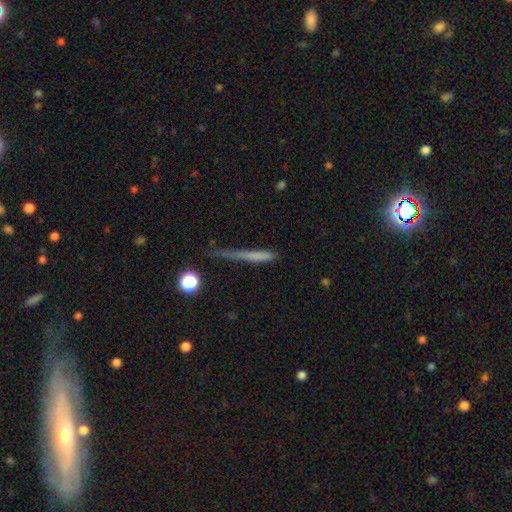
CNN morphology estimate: smooth_or_featured: smooth (p=0.61) [alt: featured or disk p=0.28]
how_rounded: cigar-shaped (p=0.92) [alt: in between p=0.05]
merging: none (p=0.55) [alt: minor disturbance p=0.26]